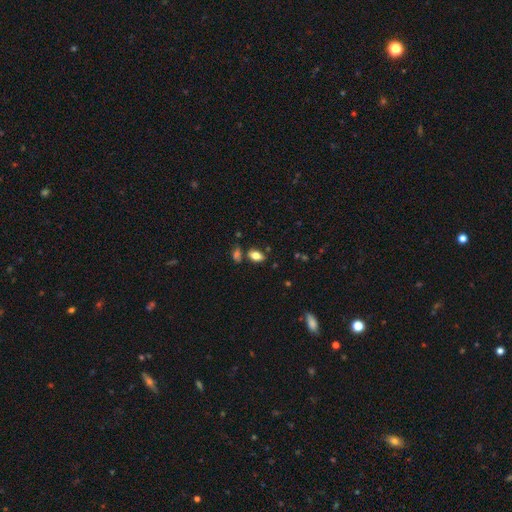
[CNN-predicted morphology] Smooth or featured? smooth (77%)
How rounded? in between (89%)
Merging? none (74%)